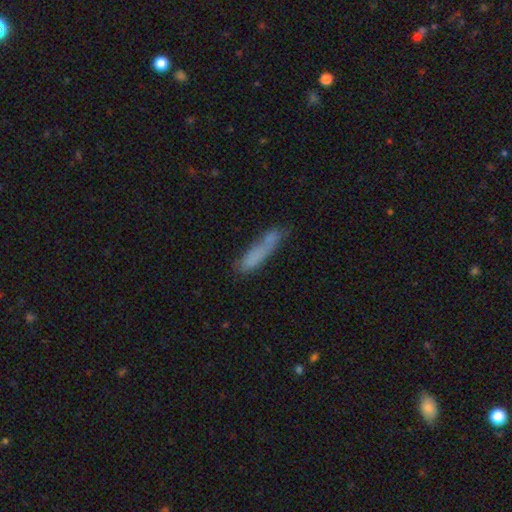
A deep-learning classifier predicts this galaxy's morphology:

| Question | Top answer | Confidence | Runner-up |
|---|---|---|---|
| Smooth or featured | smooth | 74% | featured or disk (17%) |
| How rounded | cigar-shaped | 80% | in between (18%) |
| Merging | none | 50% | minor disturbance (23%) |